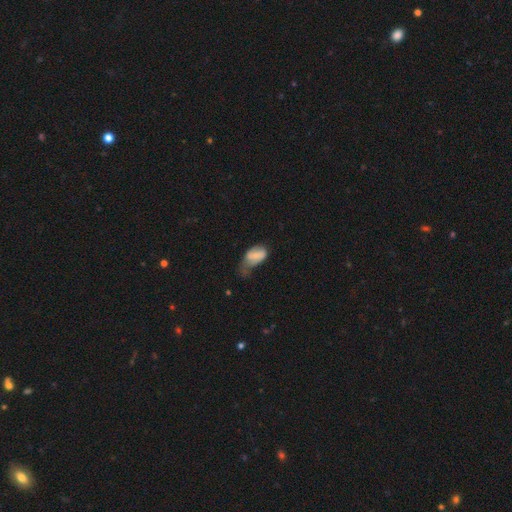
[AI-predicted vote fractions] Smooth or featured? Predicted: smooth (p=0.67). How rounded? Predicted: in between (p=0.90). Merging? Predicted: major disturbance (p=0.39).